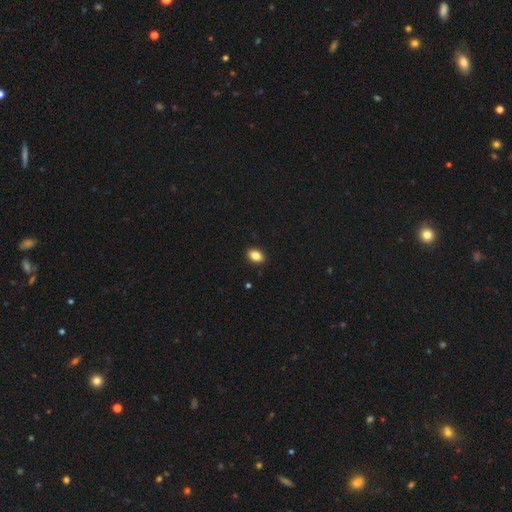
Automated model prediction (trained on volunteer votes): Overall: smooth (85%). How rounded: in between (82%). Merging: none (90%).